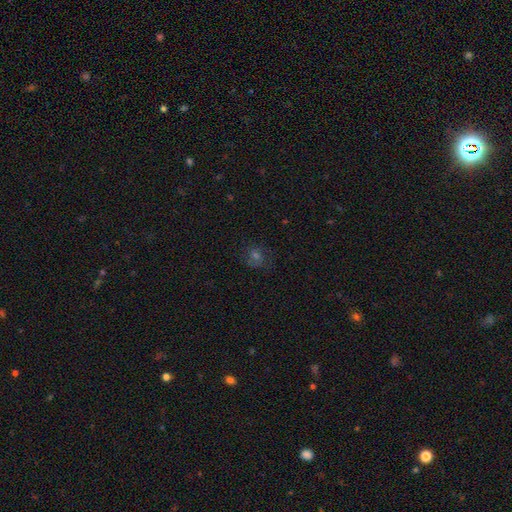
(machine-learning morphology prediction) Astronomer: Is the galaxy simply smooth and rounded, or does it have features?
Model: smooth — 38% (runner-up: featured or disk, 33%).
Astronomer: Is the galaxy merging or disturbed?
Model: none — 73%.